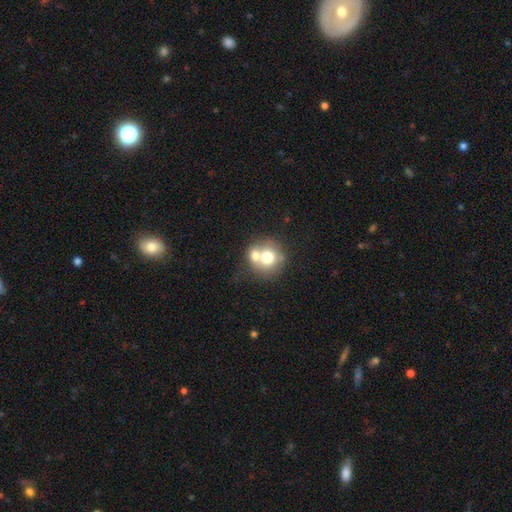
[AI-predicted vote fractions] Q: Smooth or featured?
A: smooth (66%); runner-up: featured or disk (24%)
Q: How rounded?
A: round (82%); runner-up: in between (17%)
Q: Merging?
A: merger (53%); runner-up: none (35%)